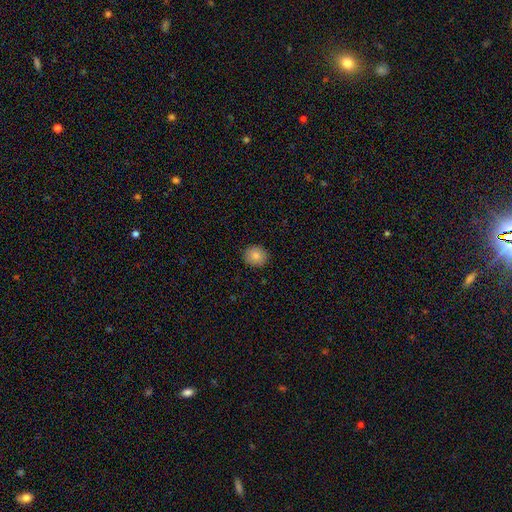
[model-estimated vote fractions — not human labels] Smooth or featured?
  - smooth: 85% *
  - star or artifact: 9%
  - featured or disk: 7%
How rounded?
  - round: 82% *
  - in between: 17%
  - cigar-shaped: 1%
Merging?
  - none: 91% *
  - minor disturbance: 6%
  - major disturbance: 2%
  - merger: 1%